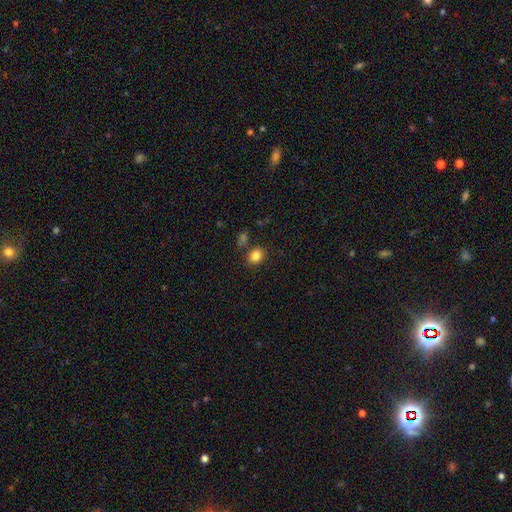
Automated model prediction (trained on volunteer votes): Overall: smooth (84%). How rounded: round (52%; in between 47%). Merging: none (79%).